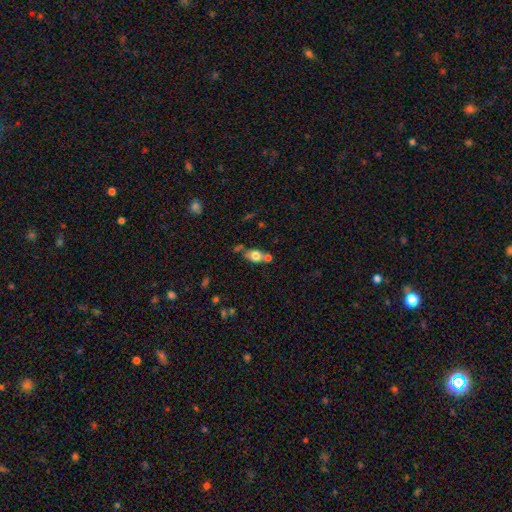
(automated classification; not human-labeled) Morphology: type=smooth (73%); roundness=in between (69%); merging=none (50%).